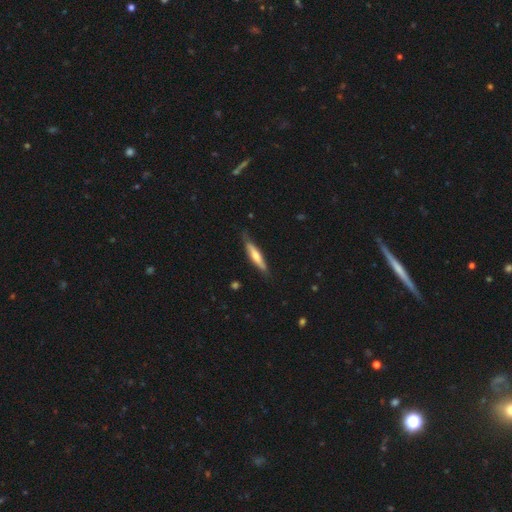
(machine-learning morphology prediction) Q: Smooth or featured?
A: smooth (50%); runner-up: featured or disk (44%)
Q: How rounded?
A: cigar-shaped (85%); runner-up: in between (14%)
Q: Merging?
A: none (75%); runner-up: minor disturbance (20%)